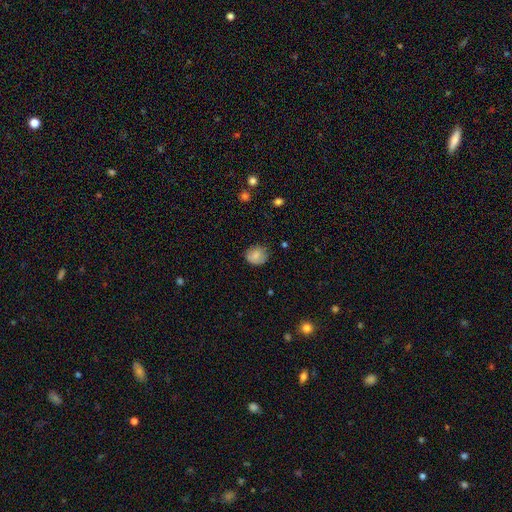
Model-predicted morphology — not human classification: A smooth galaxy with no disk features (81%) that is round (71%). Merging: none (70%).